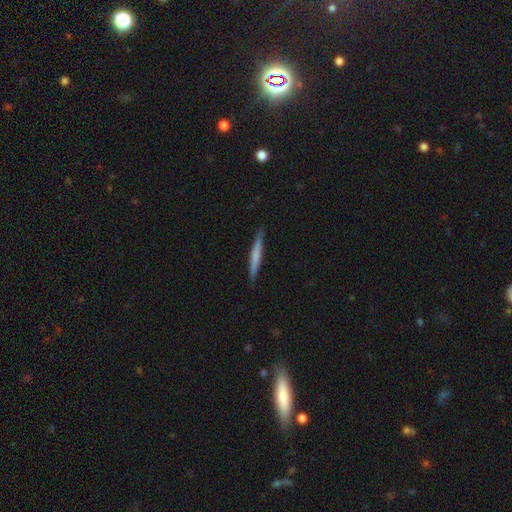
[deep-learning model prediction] Smooth or featured?
  - smooth: 58% *
  - featured or disk: 37%
  - star or artifact: 5%
How rounded?
  - cigar-shaped: 96% *
  - in between: 3%
  - round: 1%
Merging?
  - none: 89% *
  - minor disturbance: 8%
  - major disturbance: 2%
  - merger: 1%